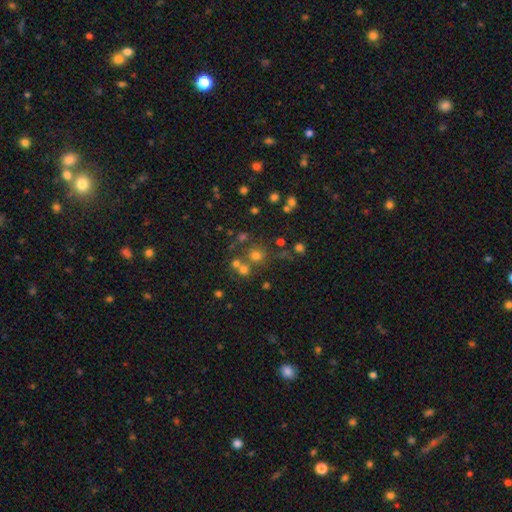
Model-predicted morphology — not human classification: smooth_or_featured: smooth (p=0.58) [alt: star or artifact p=0.30]
how_rounded: round (p=0.90) [alt: in between p=0.09]
merging: none (p=0.65) [alt: merger p=0.22]